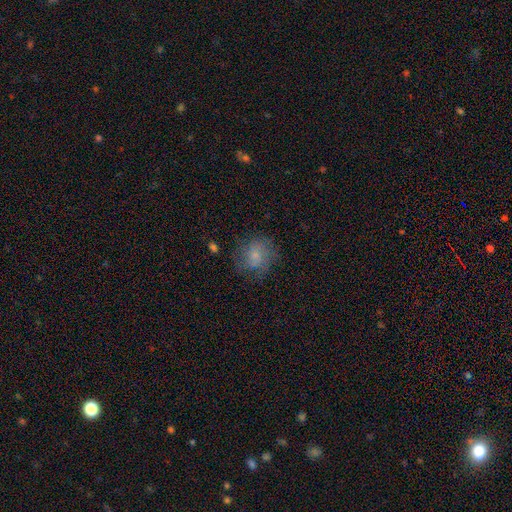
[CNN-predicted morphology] Smooth or featured? smooth (65%)
How rounded? round (78%)
Merging? none (64%)